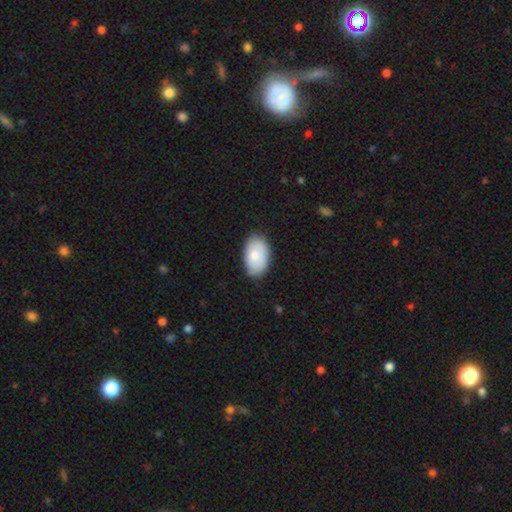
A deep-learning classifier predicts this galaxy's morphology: Smooth or featured?
  - smooth: 81% *
  - featured or disk: 13%
  - star or artifact: 6%
How rounded?
  - in between: 93% *
  - round: 5%
  - cigar-shaped: 1%
Merging?
  - none: 82% *
  - minor disturbance: 15%
  - major disturbance: 2%
  - merger: 1%